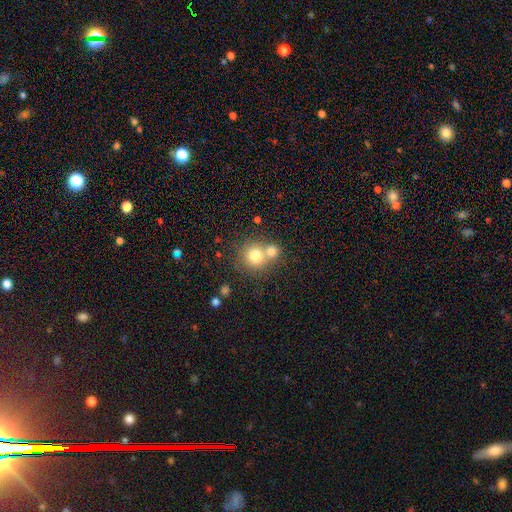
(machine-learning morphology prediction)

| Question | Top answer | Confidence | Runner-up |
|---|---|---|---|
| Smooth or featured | smooth | 75% | featured or disk (14%) |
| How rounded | round | 87% | in between (12%) |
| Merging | merger | 49% | none (42%) |